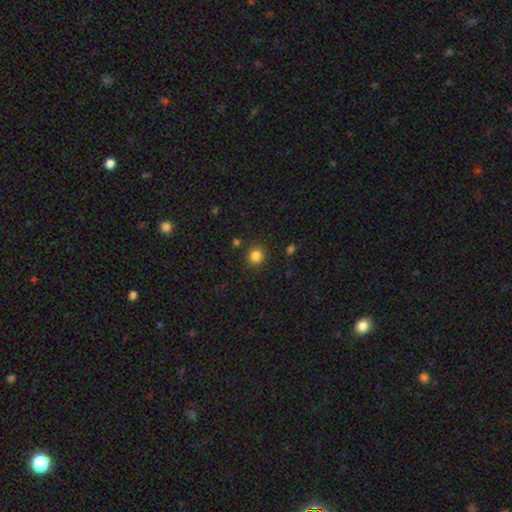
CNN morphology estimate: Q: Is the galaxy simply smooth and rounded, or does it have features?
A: smooth — 84%.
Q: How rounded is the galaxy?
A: round — 90%.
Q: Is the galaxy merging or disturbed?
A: none — 88%.